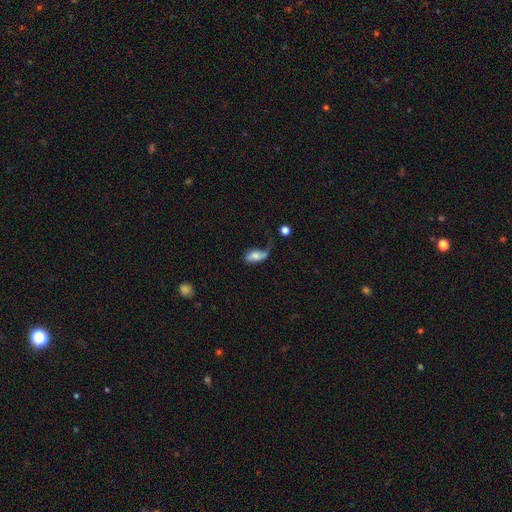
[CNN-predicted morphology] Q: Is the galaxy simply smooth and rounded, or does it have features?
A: smooth — 66%.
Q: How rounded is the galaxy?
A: in between — 88%.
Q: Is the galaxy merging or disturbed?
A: major disturbance — 33%.